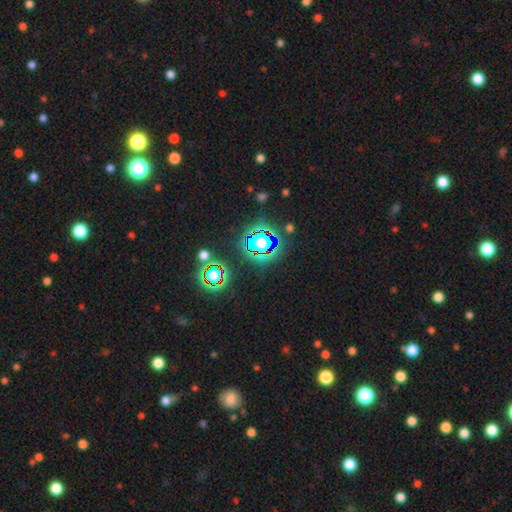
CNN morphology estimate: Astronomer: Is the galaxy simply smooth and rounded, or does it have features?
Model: star or artifact — 80%.